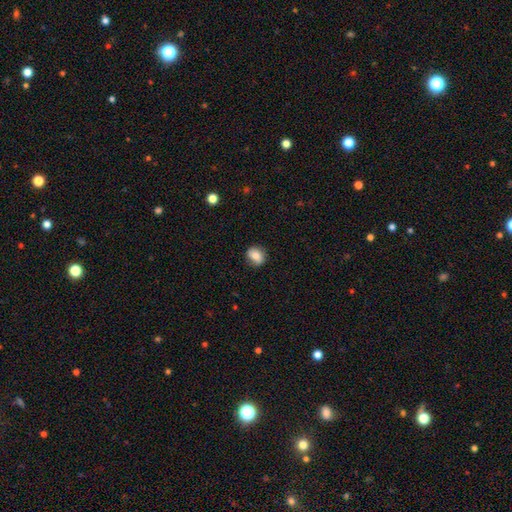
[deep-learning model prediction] Smooth or featured? smooth (79%)
How rounded? round (64%)
Merging? none (83%)